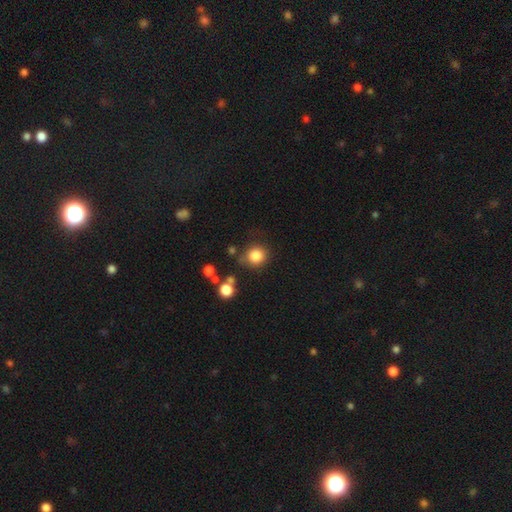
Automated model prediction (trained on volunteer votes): smooth_or_featured: smooth (p=0.84) [alt: star or artifact p=0.11]
how_rounded: round (p=0.87) [alt: in between p=0.12]
merging: none (p=0.74) [alt: minor disturbance p=0.15]